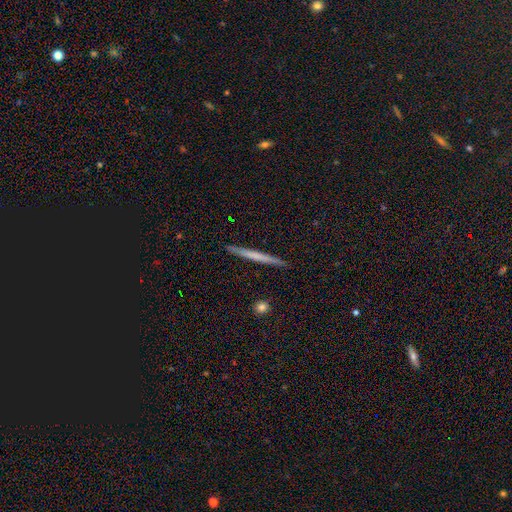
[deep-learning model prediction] Smooth or featured? smooth (54%)
How rounded? cigar-shaped (97%)
Merging? none (91%)